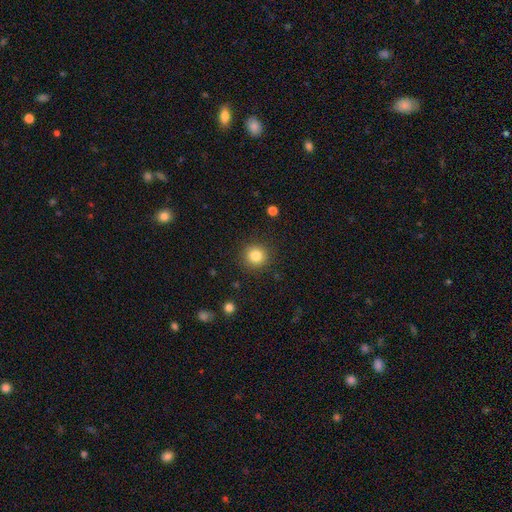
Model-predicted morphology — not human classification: This appears to be a smooth galaxy with no disk features (83%) that is round (93%). Merging: none (90%).